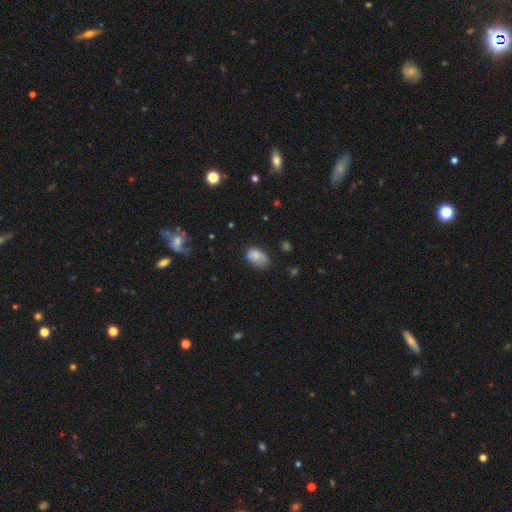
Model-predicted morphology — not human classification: Smooth or featured? smooth (78%)
How rounded? in between (86%)
Merging? none (45%)